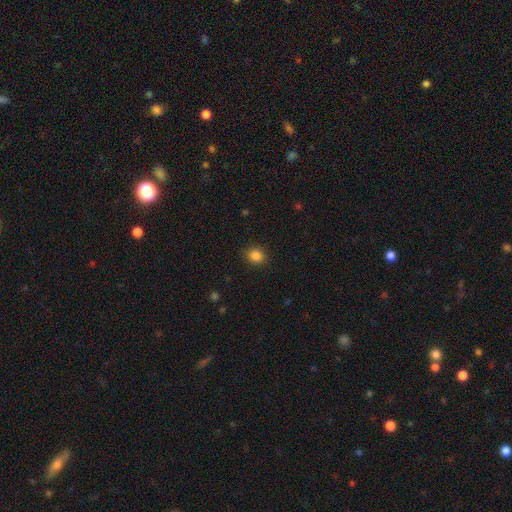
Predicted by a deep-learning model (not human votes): Smooth or featured: smooth — 86% (star or artifact — 11%)
How rounded: round — 58% (in between — 41%)
Merging: none — 89% (minor disturbance — 7%)